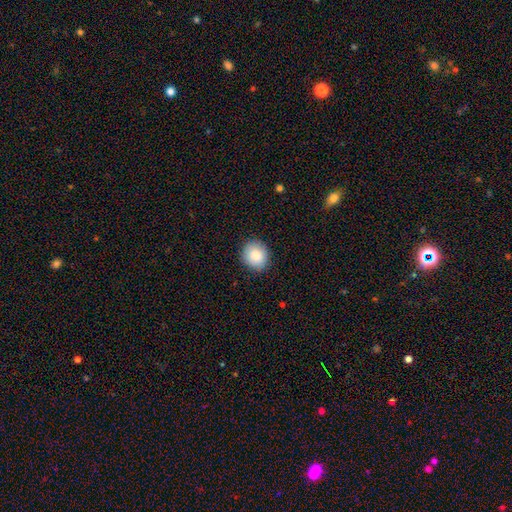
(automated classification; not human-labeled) Morphology: type=smooth (85%); roundness=round (83%); merging=none (89%).